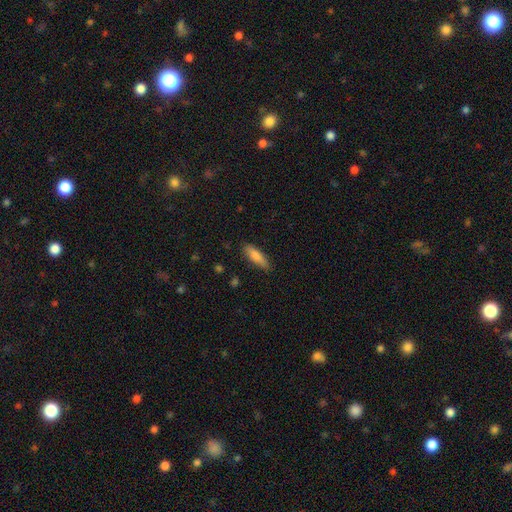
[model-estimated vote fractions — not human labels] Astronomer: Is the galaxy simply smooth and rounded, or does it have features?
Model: smooth — 78%.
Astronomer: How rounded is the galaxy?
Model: cigar-shaped — 54% (runner-up: in between, 44%).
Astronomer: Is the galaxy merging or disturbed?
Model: none — 84%.